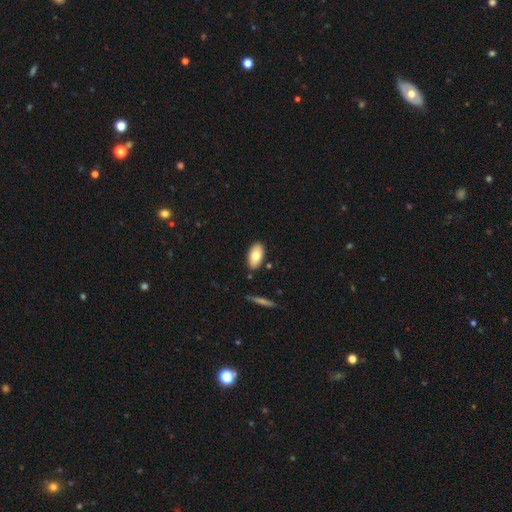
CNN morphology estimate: The model was most divided on "smooth or featured": smooth: 75%, featured or disk: 18%, star or artifact: 7%. More confident: how rounded — in between (94%); merging — none (85%).